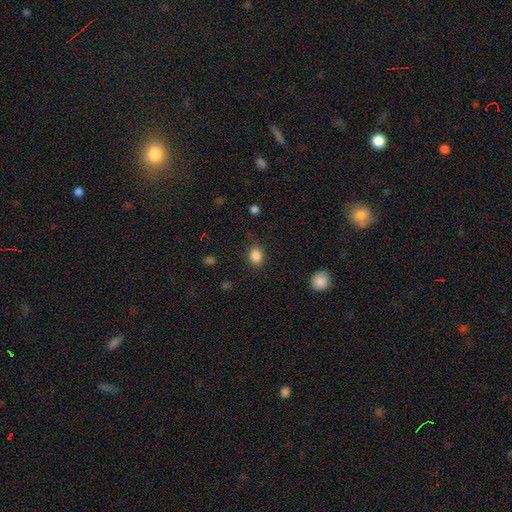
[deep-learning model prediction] The model was most divided on "how rounded": in between: 50%, round: 49%, cigar-shaped: 1%. More confident: smooth or featured — smooth (86%); merging — none (84%).